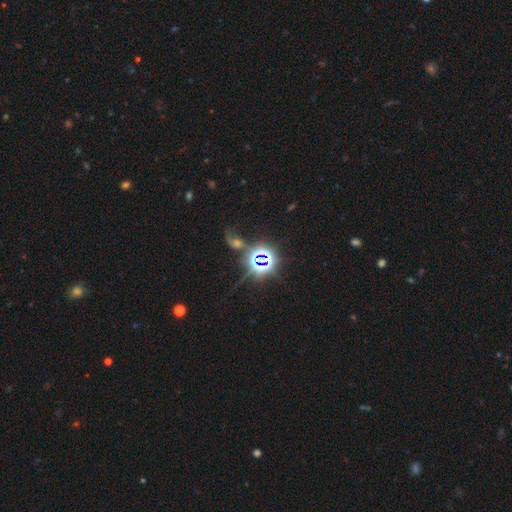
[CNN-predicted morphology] Smooth or featured: star or artifact — 75% (smooth — 18%)